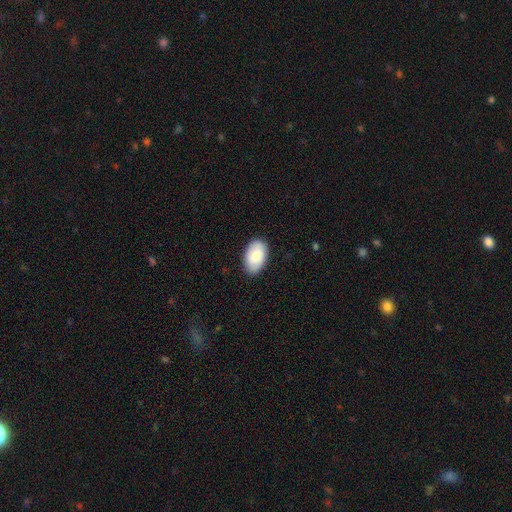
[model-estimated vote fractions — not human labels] This appears to be a smooth galaxy with no disk features (85%) that is in between round and cigar-shaped (93%). Merging: none (86%).